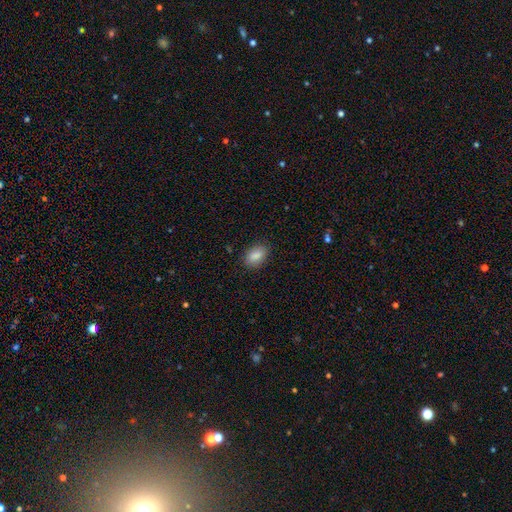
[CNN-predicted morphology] smooth_or_featured: smooth (p=0.88) [alt: star or artifact p=0.07]
how_rounded: in between (p=0.89) [alt: round p=0.09]
merging: none (p=0.86) [alt: minor disturbance p=0.10]